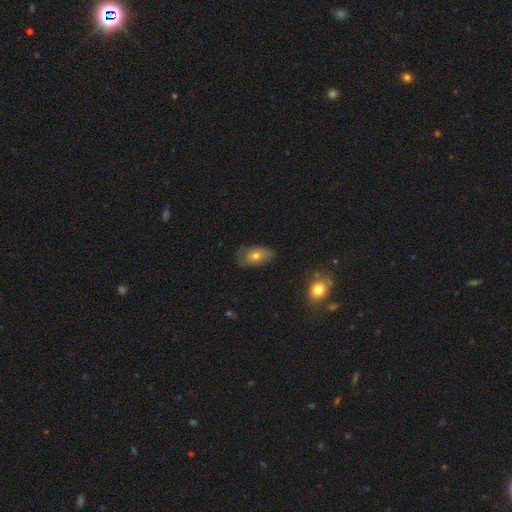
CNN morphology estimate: Smooth or featured: smooth — 70% (featured or disk — 21%)
How rounded: in between — 89% (round — 8%)
Merging: none — 66% (minor disturbance — 25%)